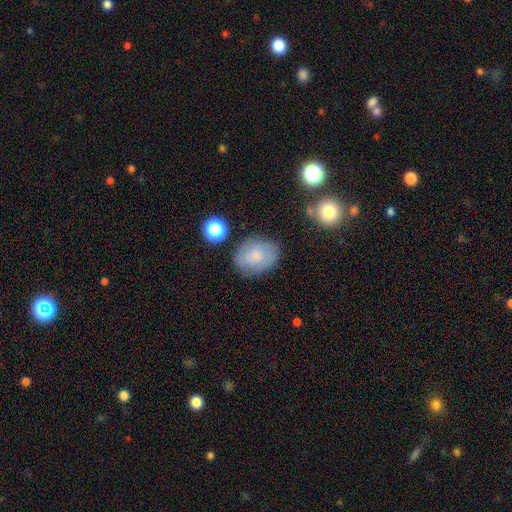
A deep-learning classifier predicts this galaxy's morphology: Smooth or featured? Predicted: smooth (p=0.67). How rounded? Predicted: in between (p=0.66). Merging? Predicted: none (p=0.73).